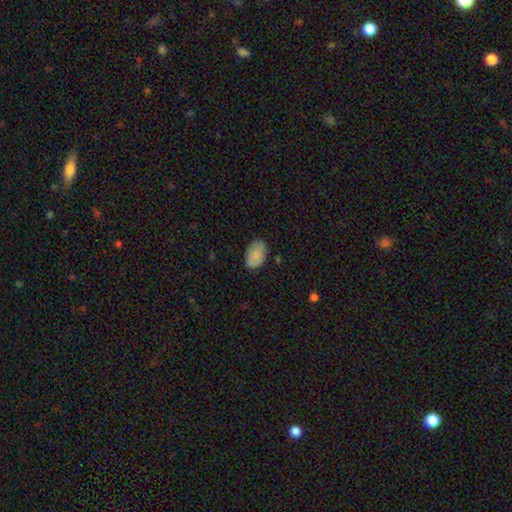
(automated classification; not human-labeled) smooth 80%, featured or disk 13%, star or artifact 7%. Down the decision tree: how rounded — in between (89%); merging — none (75%).